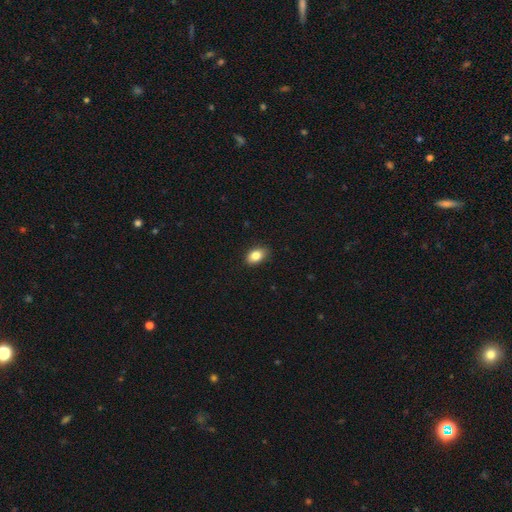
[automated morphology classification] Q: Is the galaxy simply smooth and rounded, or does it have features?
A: smooth — 84%.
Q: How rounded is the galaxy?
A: in between — 85%.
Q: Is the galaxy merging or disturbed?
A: none — 86%.